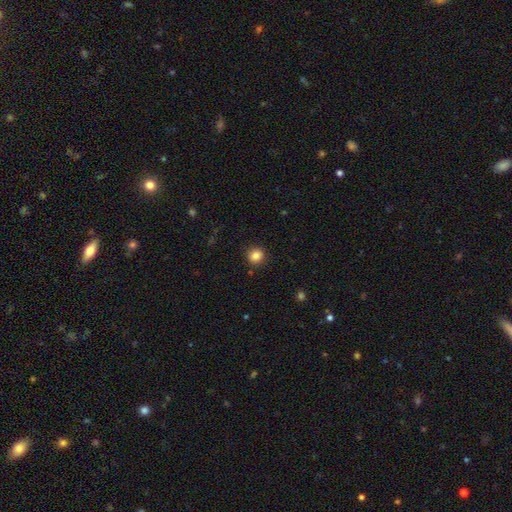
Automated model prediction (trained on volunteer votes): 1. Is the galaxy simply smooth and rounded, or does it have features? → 85% smooth, 11% star or artifact, 5% featured or disk.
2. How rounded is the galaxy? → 90% round, 9% in between, 1% cigar-shaped.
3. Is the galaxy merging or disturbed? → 90% none, 6% minor disturbance, 2% major disturbance, 1% merger.